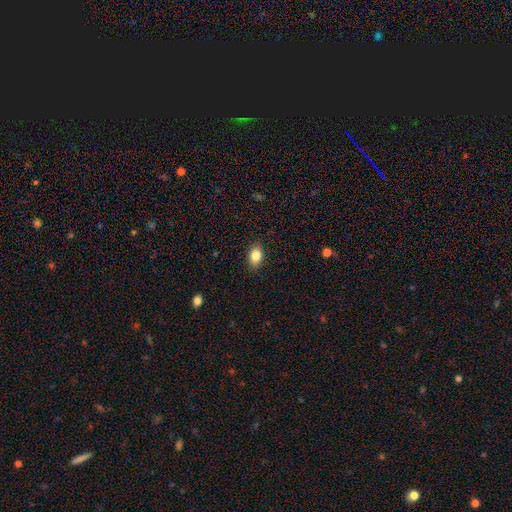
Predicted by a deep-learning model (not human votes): smooth-or-featured: smooth: 84% | star or artifact: 9% | featured or disk: 7%
  how-rounded: in between: 80% | round: 18% | cigar-shaped: 1%
  merging: none: 88% | minor disturbance: 9% | major disturbance: 2% | merger: 1%